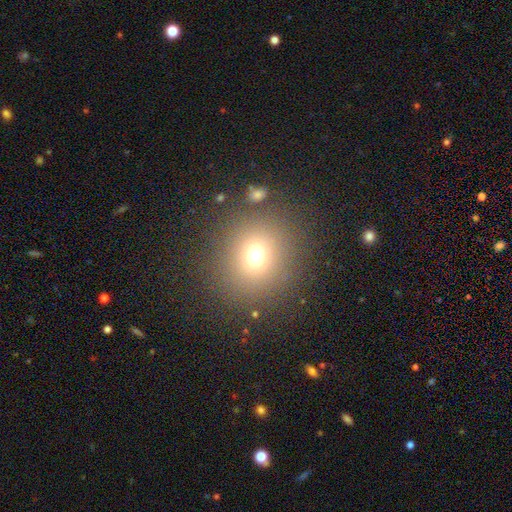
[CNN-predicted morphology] type=smooth (69%); roundness=round (85%); merging=none (82%).